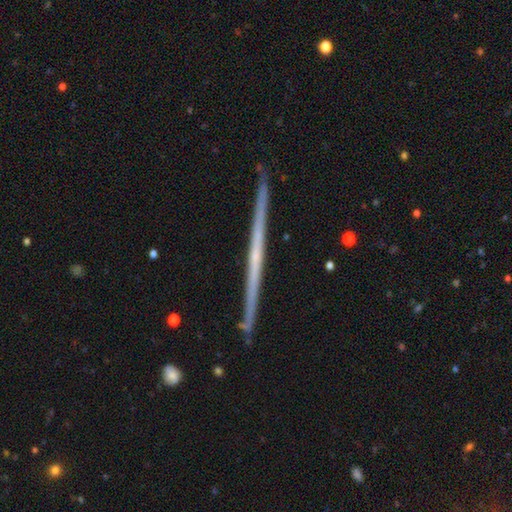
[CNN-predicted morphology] type=featured or disk (74%); edge-on=yes (98%); edge-on bulge=none (82%); merging=none (91%).